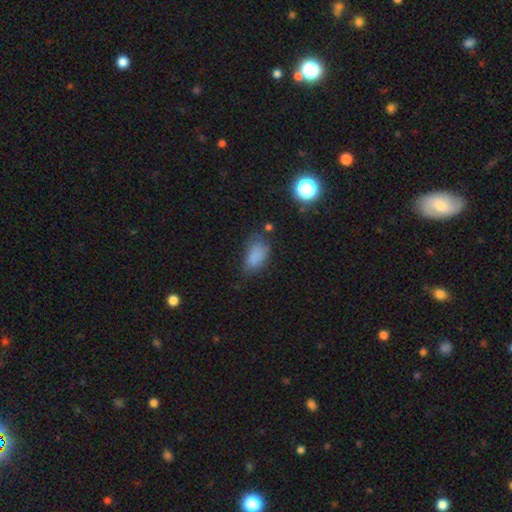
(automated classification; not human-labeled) This appears to be a smooth galaxy with no disk features (80%) that is in between round and cigar-shaped (89%). Merging: none (56%).